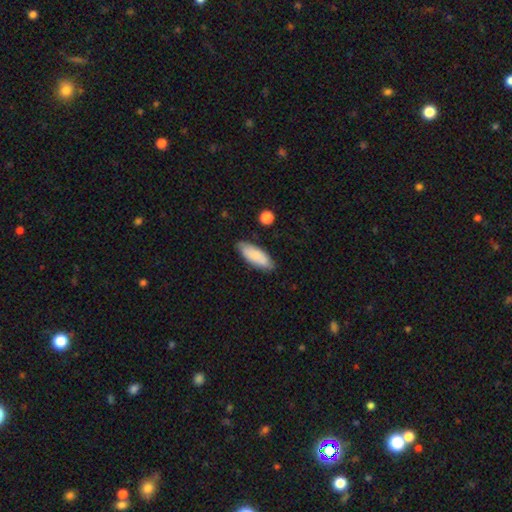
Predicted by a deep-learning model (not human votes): This appears to be a smooth galaxy with no disk features (81%) that is in between round and cigar-shaped (72%). Merging: none (82%).